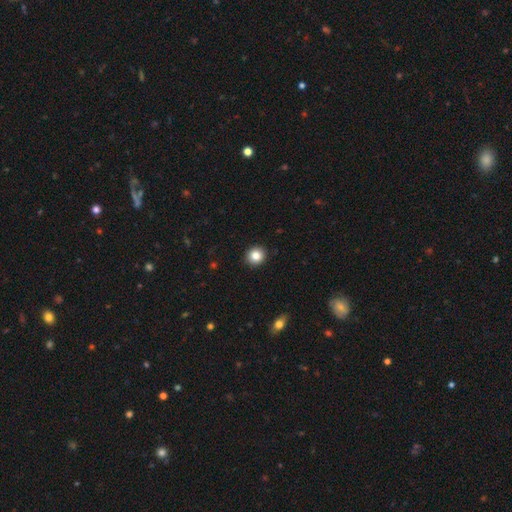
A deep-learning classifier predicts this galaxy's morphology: Smooth or featured: smooth — 84% (star or artifact — 10%)
How rounded: round — 91% (in between — 8%)
Merging: none — 93% (minor disturbance — 5%)